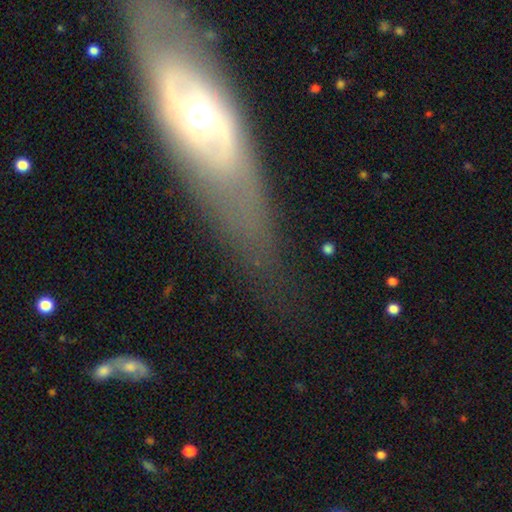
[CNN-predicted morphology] type=featured or disk (68%); edge-on=no (73%); merging=none (72%).